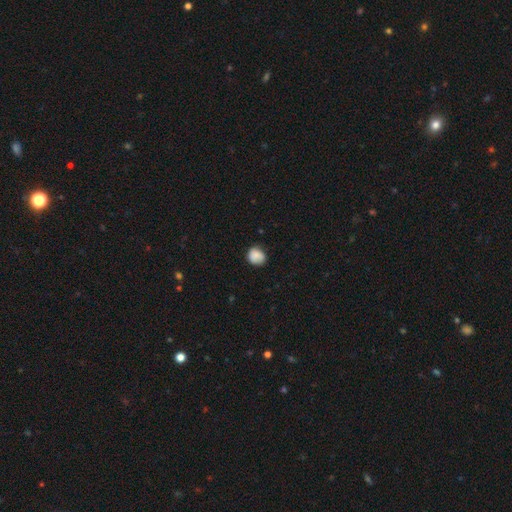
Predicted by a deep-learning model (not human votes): Smooth or featured?
  - smooth: 83% *
  - featured or disk: 9%
  - star or artifact: 8%
How rounded?
  - round: 78% *
  - in between: 21%
  - cigar-shaped: 1%
Merging?
  - none: 73% *
  - minor disturbance: 21%
  - major disturbance: 4%
  - merger: 1%